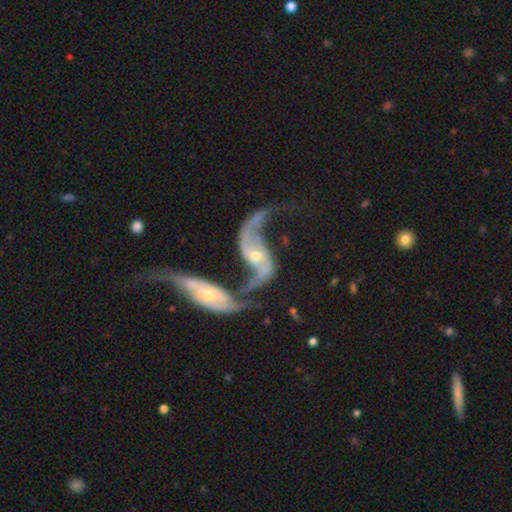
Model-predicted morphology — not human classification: Q: Smooth or featured?
A: featured or disk (89%); runner-up: smooth (6%)
Q: Edge-on disk?
A: no (95%); runner-up: yes (5%)
Q: Bar?
A: no (45%); runner-up: weak (35%)
Q: Spiral arms?
A: yes (94%); runner-up: no (6%)
Q: Spiral winding?
A: loose (84%); runner-up: medium (12%)
Q: Spiral arm count?
A: 2 (91%); runner-up: 1 (3%)
Q: Bulge size?
A: small (57%); runner-up: moderate (37%)
Q: Merging?
A: merger (67%); runner-up: none (16%)